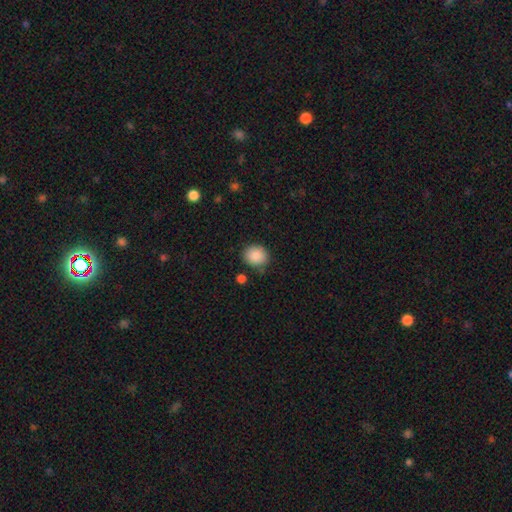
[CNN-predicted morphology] Smooth or featured? smooth (88%)
How rounded? round (71%)
Merging? none (83%)